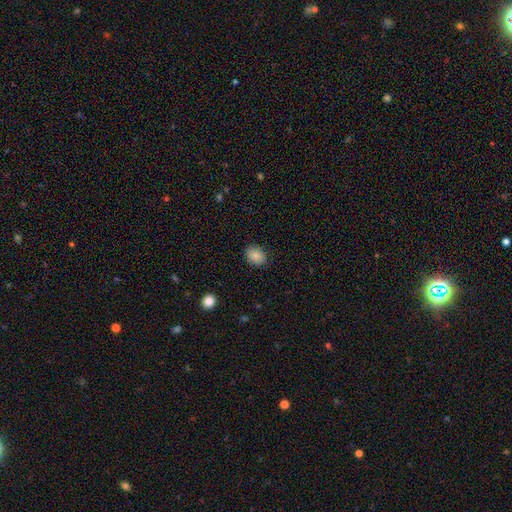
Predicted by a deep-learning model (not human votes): This appears to be a smooth galaxy with no disk features (86%) that is in between round and cigar-shaped (60%). Merging: none (85%).